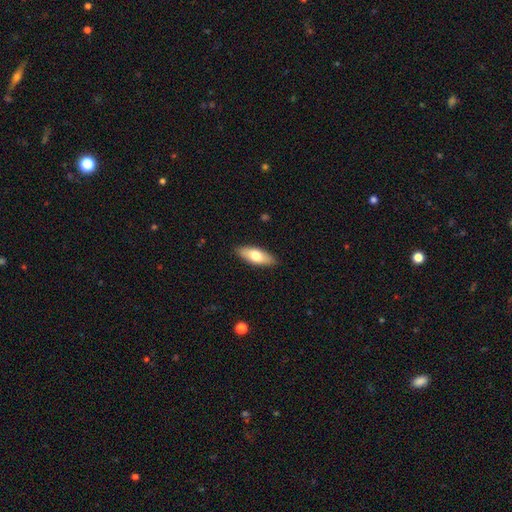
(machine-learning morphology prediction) Smooth or featured? Predicted: smooth (p=0.71). How rounded? Predicted: in between (p=0.71). Merging? Predicted: none (p=0.89).